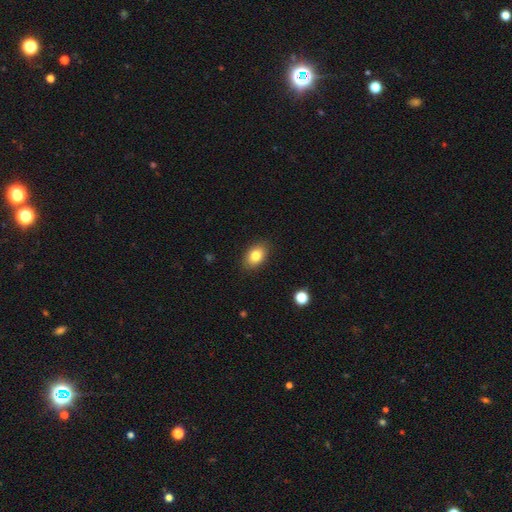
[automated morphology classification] This is clearly a smooth galaxy (81%). How rounded: clearly in between (82%). Merging: clearly none (87%).